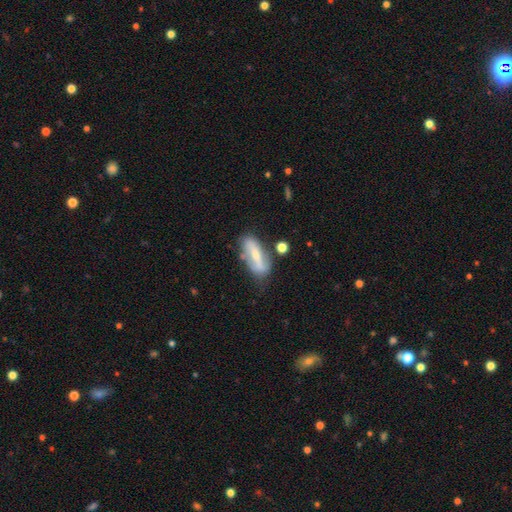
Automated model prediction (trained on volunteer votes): smooth_or_featured: featured or disk (p=0.59) [alt: smooth p=0.34]
disk_edge_on: no (p=0.77) [alt: yes p=0.23]
merging: none (p=0.65) [alt: minor disturbance p=0.21]